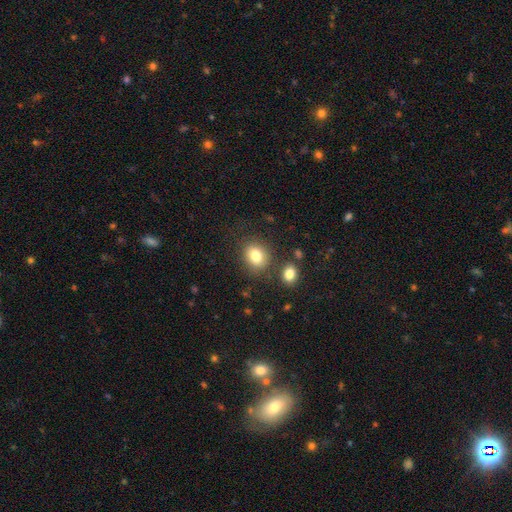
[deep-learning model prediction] Smooth or featured: smooth — 81% (star or artifact — 10%)
How rounded: round — 53% (in between — 46%)
Merging: none — 77% (minor disturbance — 11%)